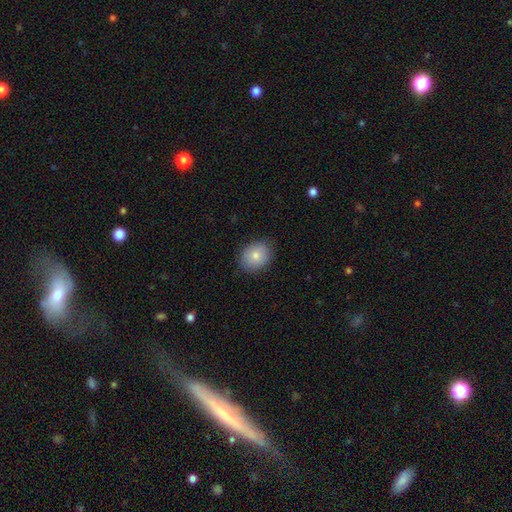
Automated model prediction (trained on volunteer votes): A smooth galaxy with no disk features (80%) that is round (52%). Merging: none (85%).